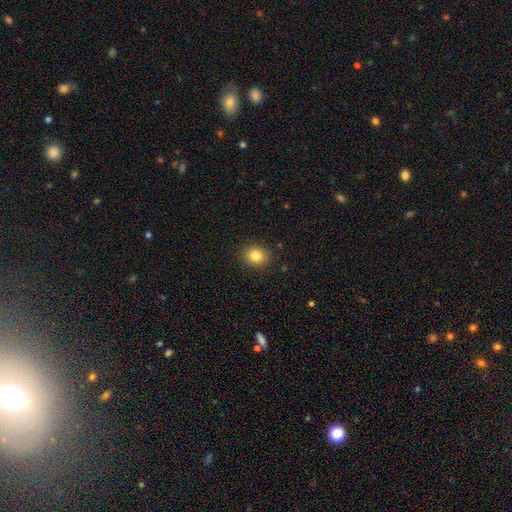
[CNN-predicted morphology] The model was most divided on "how rounded": round: 67%, in between: 32%, cigar-shaped: 1%. More confident: merging — none (89%); smooth or featured — smooth (83%).